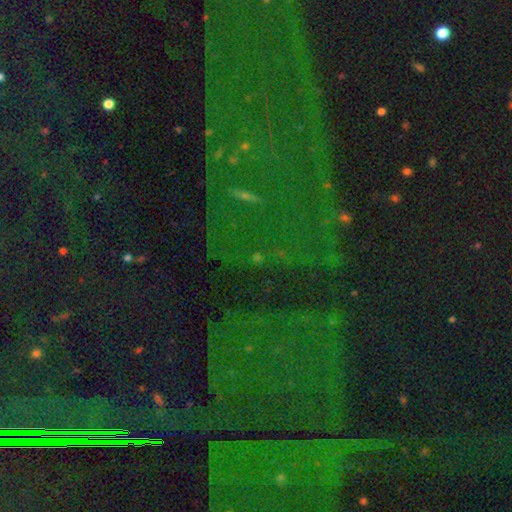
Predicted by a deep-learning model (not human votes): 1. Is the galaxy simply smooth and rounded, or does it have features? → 83% star or artifact, 9% smooth, 8% featured or disk.